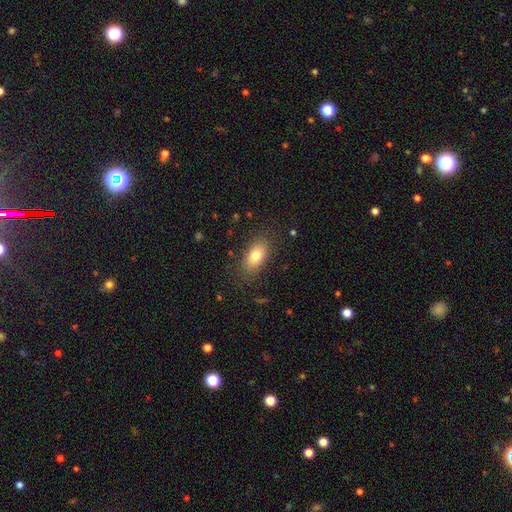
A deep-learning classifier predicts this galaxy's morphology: A smooth galaxy with no disk features (78%) that is in between round and cigar-shaped (87%). Merging: none (83%).